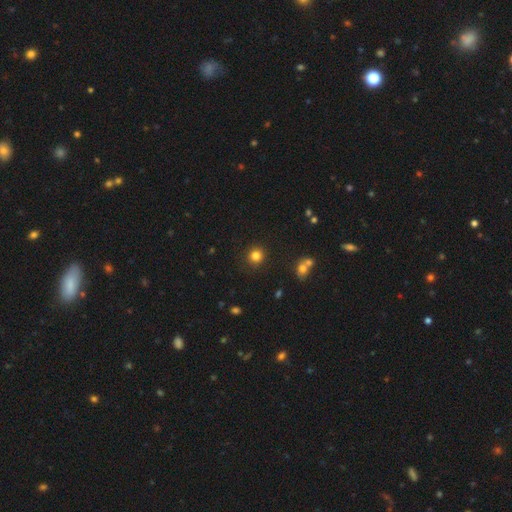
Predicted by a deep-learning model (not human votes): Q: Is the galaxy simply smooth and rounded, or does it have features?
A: smooth — 82%.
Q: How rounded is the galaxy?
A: round — 93%.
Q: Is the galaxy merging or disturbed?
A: none — 90%.